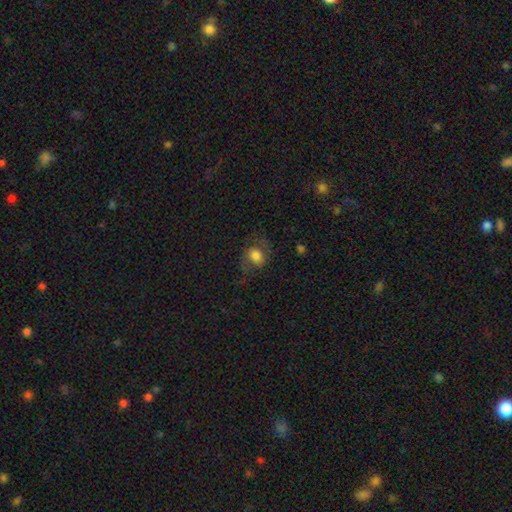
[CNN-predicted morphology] This appears to be a smooth galaxy with no disk features (70%) that is round (58%). Merging: none (62%).